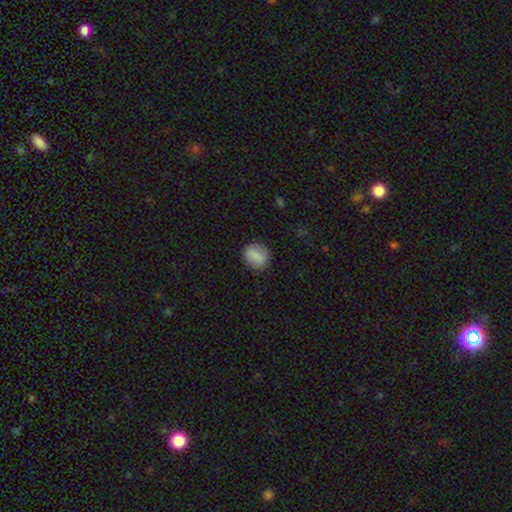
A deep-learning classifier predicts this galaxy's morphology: This is clearly a smooth galaxy (86%). How rounded: likely round (68%). Merging: clearly none (86%).